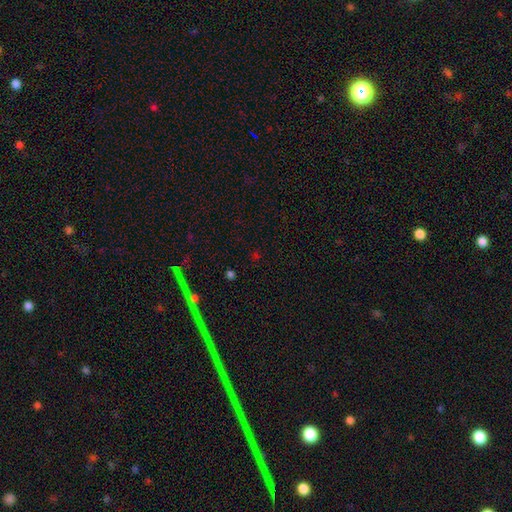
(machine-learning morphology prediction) Q: Smooth or featured?
A: star or artifact (55%); runner-up: smooth (36%)